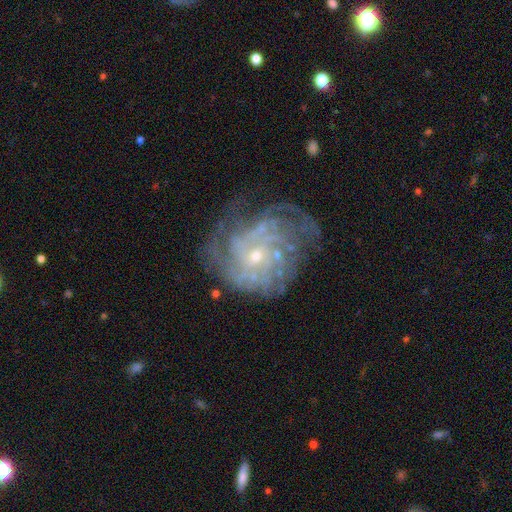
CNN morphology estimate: Q: Smooth or featured?
A: featured or disk (81%); runner-up: smooth (10%)
Q: Edge-on disk?
A: no (97%); runner-up: yes (3%)
Q: Bar?
A: no (78%); runner-up: weak (19%)
Q: Spiral arms?
A: yes (87%); runner-up: no (13%)
Q: Spiral winding?
A: tight (61%); runner-up: medium (28%)
Q: Spiral arm count?
A: can't tell (41%); runner-up: 4 (18%)
Q: Bulge size?
A: small (74%); runner-up: moderate (21%)
Q: Merging?
A: none (58%); runner-up: minor disturbance (21%)